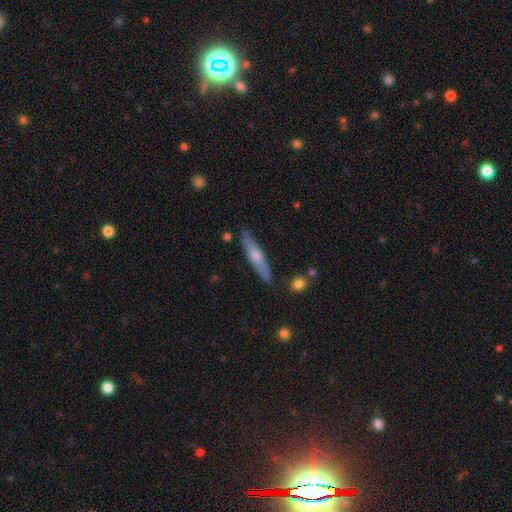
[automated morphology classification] Q: Smooth or featured?
A: featured or disk (49%); runner-up: smooth (44%)
Q: Merging?
A: none (86%); runner-up: minor disturbance (10%)